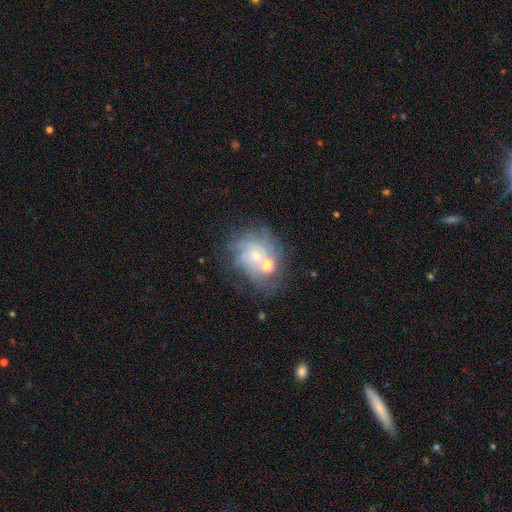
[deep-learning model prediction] Overall: featured or disk (57%; smooth 26%). Edge-on disk: no (97%). Bar: no (81%). Spiral arms: yes (71%). Bulge size: small (60%; moderate 30%). Merging: none (55%; minor disturbance 18%).